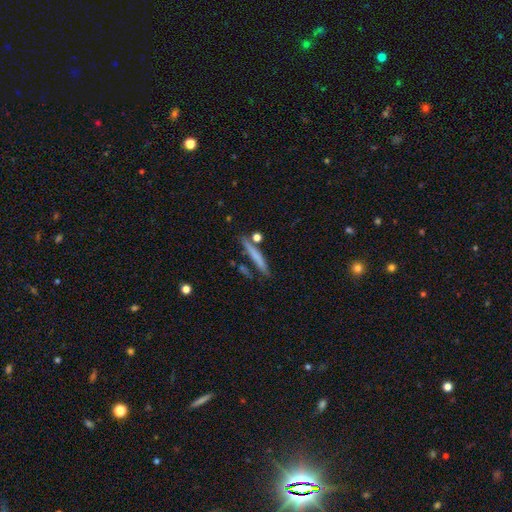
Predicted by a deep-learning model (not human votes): A smooth galaxy with no disk features (60%) that is cigar-shaped (94%).

Vote fractions:
- Smooth or featured? smooth: 60% / featured or disk: 33% / star or artifact: 7%
- How rounded? cigar-shaped: 94% / in between: 4% / round: 2%
- Merging? none: 78% / minor disturbance: 11% / merger: 7% / major disturbance: 3%